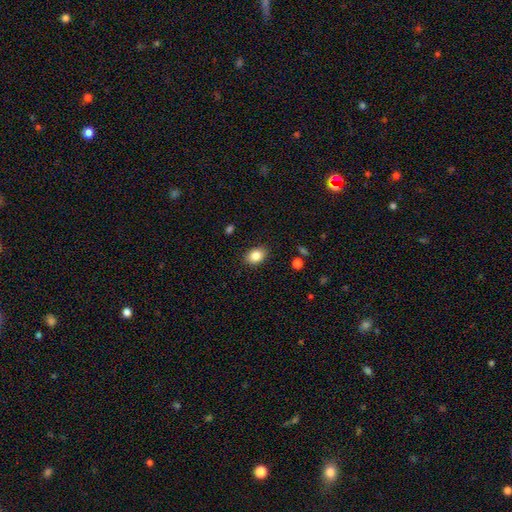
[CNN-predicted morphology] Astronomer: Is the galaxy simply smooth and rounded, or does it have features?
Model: smooth — 85%.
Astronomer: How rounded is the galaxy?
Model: in between — 74%.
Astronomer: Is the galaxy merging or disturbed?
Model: none — 87%.